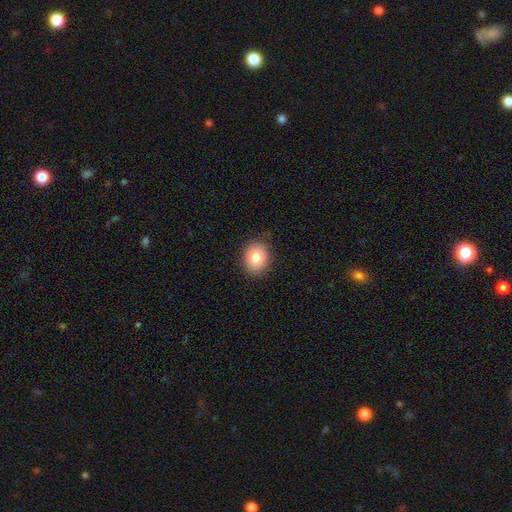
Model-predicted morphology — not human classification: A smooth galaxy with no disk features (80%) that is round (54%). Merging: none (85%).